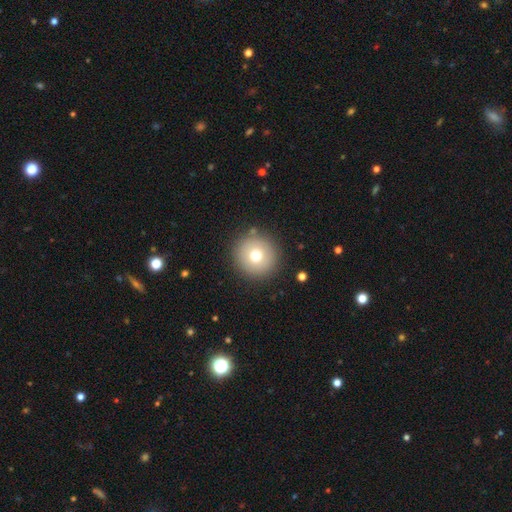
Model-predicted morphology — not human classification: The model was most divided on "smooth or featured": smooth: 71%, featured or disk: 16%, star or artifact: 13%. More confident: how rounded — round (95%); merging — none (89%).